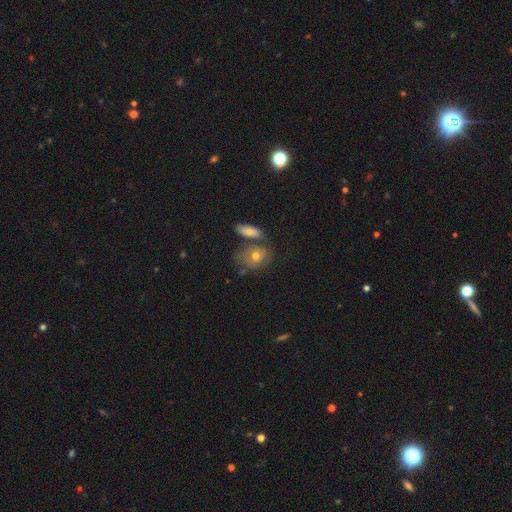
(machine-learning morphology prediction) A smooth galaxy with no disk features (58%) that is in between round and cigar-shaped (64%). Merging: none (49%).